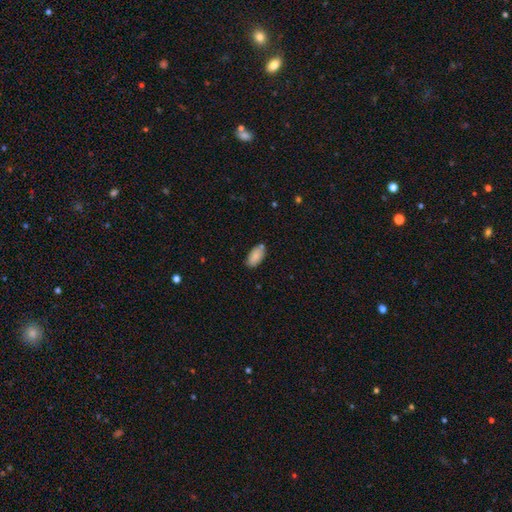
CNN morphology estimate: Smooth or featured: smooth — 86% (featured or disk — 7%)
How rounded: in between — 93% (cigar-shaped — 4%)
Merging: none — 76% (minor disturbance — 16%)